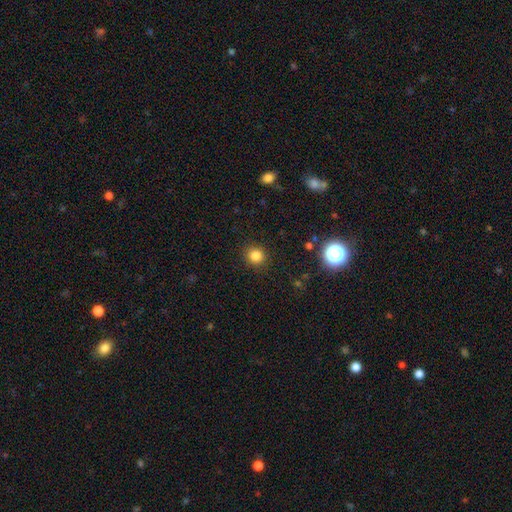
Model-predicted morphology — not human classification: type=smooth (83%); roundness=round (90%); merging=none (90%).